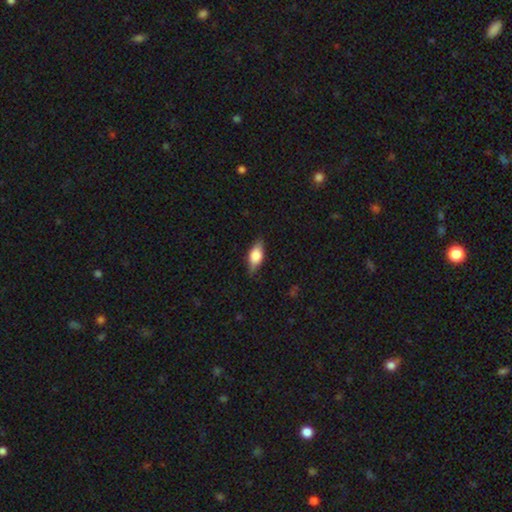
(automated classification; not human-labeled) smooth-or-featured: smooth: 63% | featured or disk: 30% | star or artifact: 7%
  how-rounded: in between: 82% | cigar-shaped: 13% | round: 5%
  merging: none: 81% | minor disturbance: 15% | major disturbance: 3% | merger: 1%